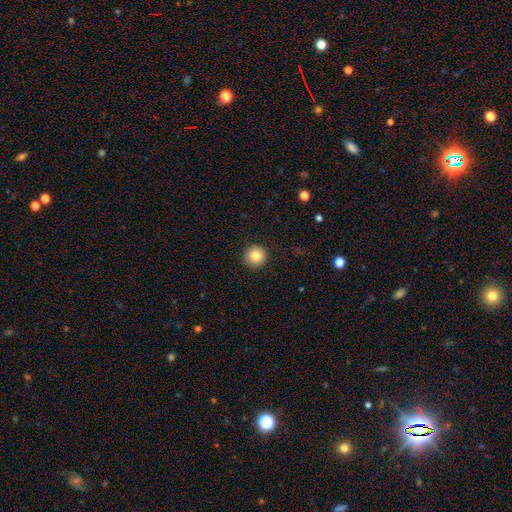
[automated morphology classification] This appears to be a smooth galaxy with no disk features (85%) that is round (95%). Merging: none (91%).